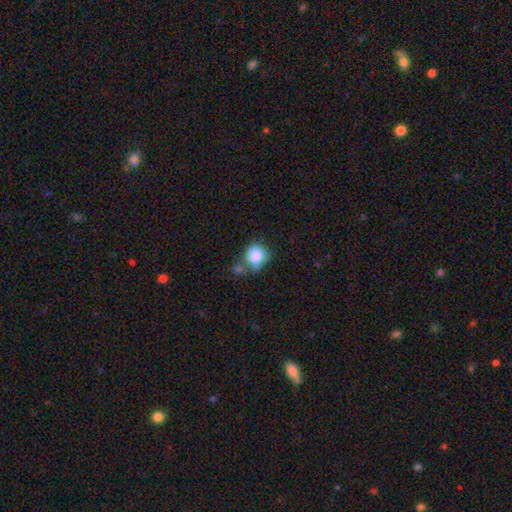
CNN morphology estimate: Smooth or featured?
  - smooth: 83% *
  - star or artifact: 9%
  - featured or disk: 8%
How rounded?
  - round: 71% *
  - in between: 28%
  - cigar-shaped: 1%
Merging?
  - none: 40% *
  - merger: 27%
  - minor disturbance: 23%
  - major disturbance: 11%